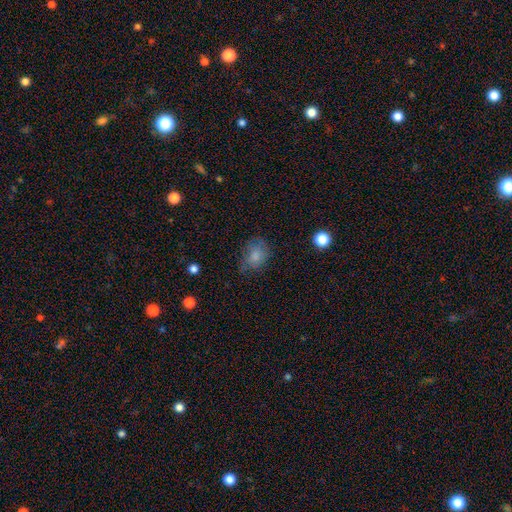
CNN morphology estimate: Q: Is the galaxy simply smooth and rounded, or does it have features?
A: smooth — 78%.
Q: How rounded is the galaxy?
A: in between — 61%.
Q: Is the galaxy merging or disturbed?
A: none — 60%.